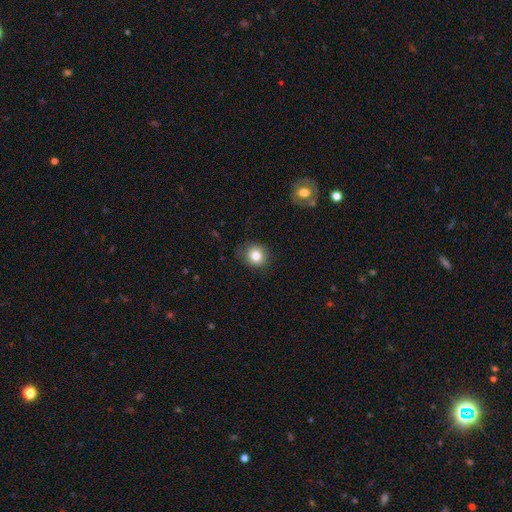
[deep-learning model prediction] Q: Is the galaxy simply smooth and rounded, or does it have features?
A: smooth — 82%.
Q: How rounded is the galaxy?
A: round — 86%.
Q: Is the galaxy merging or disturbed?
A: none — 84%.